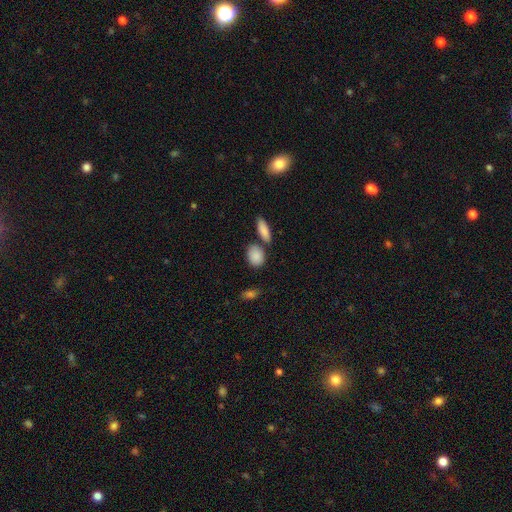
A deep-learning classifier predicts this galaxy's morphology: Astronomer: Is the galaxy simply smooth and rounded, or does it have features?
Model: smooth — 88%.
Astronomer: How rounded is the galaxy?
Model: in between — 64%.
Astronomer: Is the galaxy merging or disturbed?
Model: none — 68%.